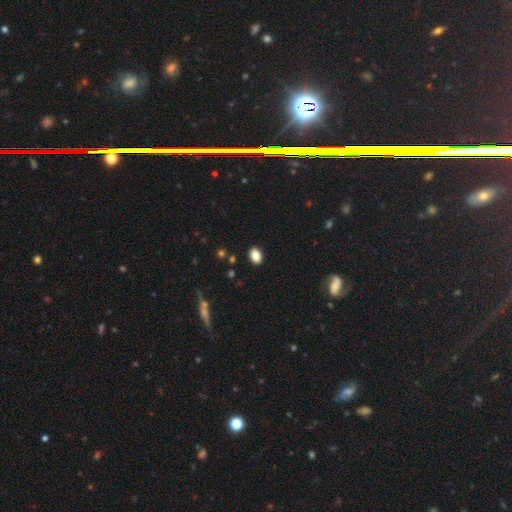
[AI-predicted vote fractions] smooth-or-featured: smooth: 85% | star or artifact: 9% | featured or disk: 6%
  how-rounded: in between: 81% | round: 17% | cigar-shaped: 1%
  merging: none: 89% | minor disturbance: 8% | major disturbance: 2% | merger: 1%